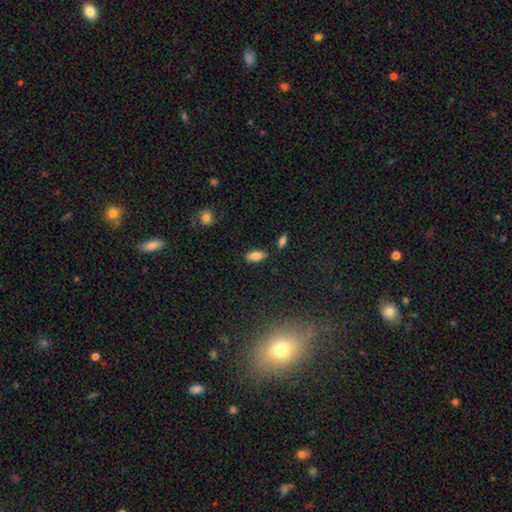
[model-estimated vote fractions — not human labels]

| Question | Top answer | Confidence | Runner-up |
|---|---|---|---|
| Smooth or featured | smooth | 82% | featured or disk (10%) |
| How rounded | in between | 86% | cigar-shaped (11%) |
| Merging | none | 82% | minor disturbance (11%) |